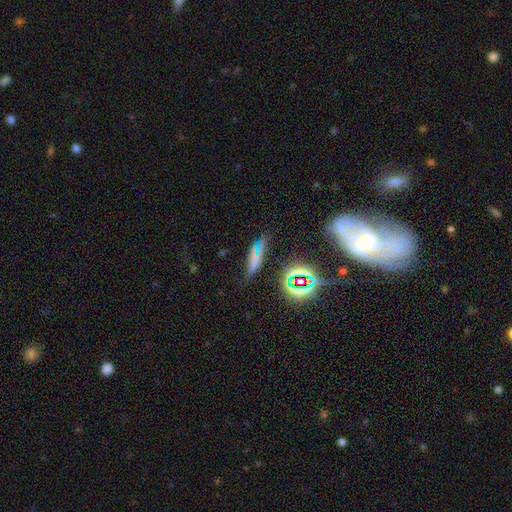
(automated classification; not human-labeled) A smooth galaxy with no disk features (45%).

Vote fractions:
- Smooth or featured? smooth: 45% / star or artifact: 32% / featured or disk: 22%
- Merging? none: 63% / minor disturbance: 22% / major disturbance: 10% / merger: 5%